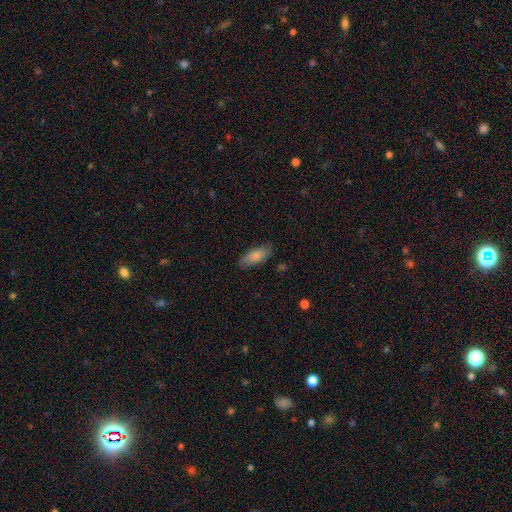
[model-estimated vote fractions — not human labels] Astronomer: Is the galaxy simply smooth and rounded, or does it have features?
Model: smooth — 79%.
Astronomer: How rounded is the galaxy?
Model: in between — 77%.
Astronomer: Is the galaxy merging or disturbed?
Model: none — 81%.